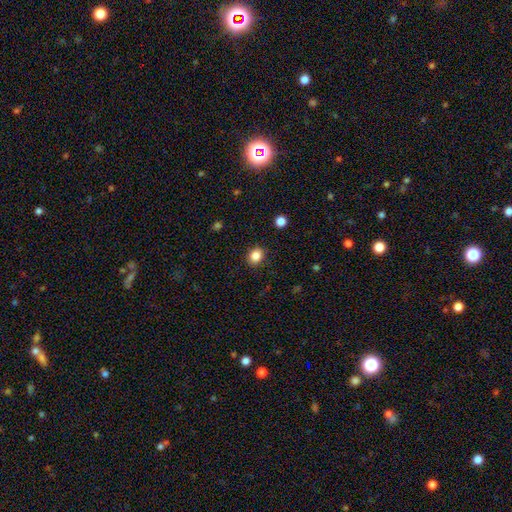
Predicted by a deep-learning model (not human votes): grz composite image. It shows a smooth galaxy with no disk features (85%) that is round (65%). Merging: none (89%).